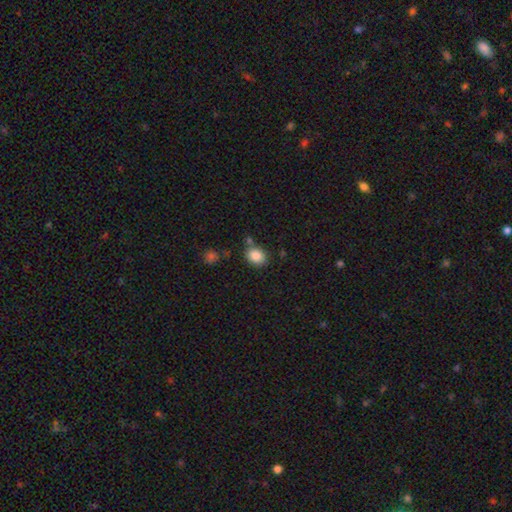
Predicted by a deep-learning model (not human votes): Q: Smooth or featured?
A: smooth (86%); runner-up: star or artifact (9%)
Q: How rounded?
A: in between (53%); runner-up: round (46%)
Q: Merging?
A: none (76%); runner-up: minor disturbance (12%)